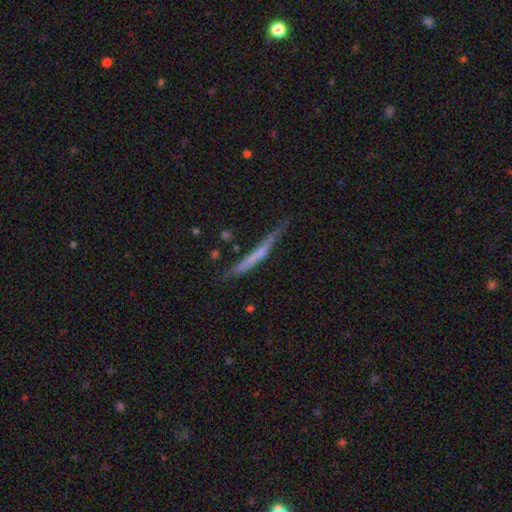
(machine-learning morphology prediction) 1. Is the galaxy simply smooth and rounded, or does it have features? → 48% featured or disk, 44% smooth, 7% star or artifact.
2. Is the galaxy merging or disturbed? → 69% none, 22% minor disturbance, 6% major disturbance, 4% merger.